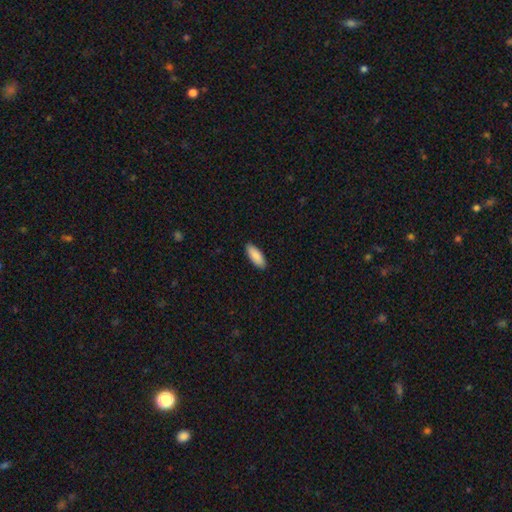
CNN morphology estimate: Smooth or featured?
  - smooth: 88% *
  - featured or disk: 6%
  - star or artifact: 5%
How rounded?
  - in between: 77% *
  - cigar-shaped: 21%
  - round: 2%
Merging?
  - none: 90% *
  - minor disturbance: 8%
  - major disturbance: 1%
  - merger: 1%